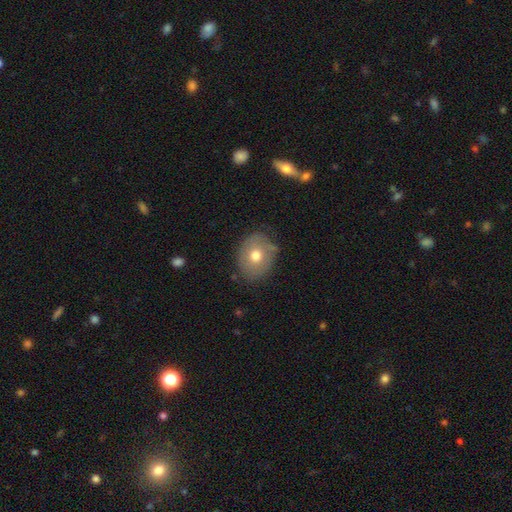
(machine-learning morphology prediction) smooth_or_featured: smooth (p=0.68) [alt: featured or disk p=0.24]
how_rounded: round (p=0.58) [alt: in between p=0.41]
merging: none (p=0.74) [alt: minor disturbance p=0.19]